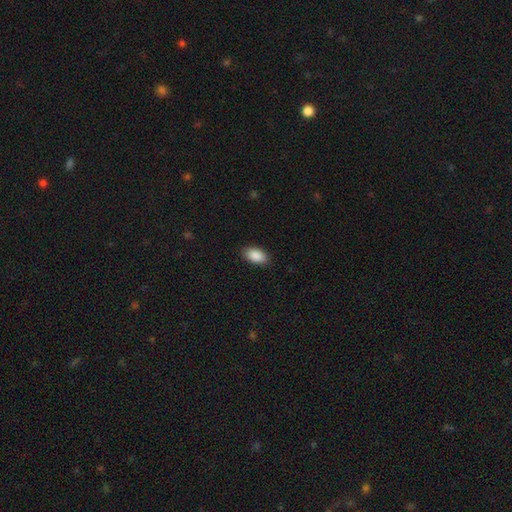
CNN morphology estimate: This appears to be a smooth galaxy with no disk features (90%) that is in between round and cigar-shaped (94%). Merging: none (88%).